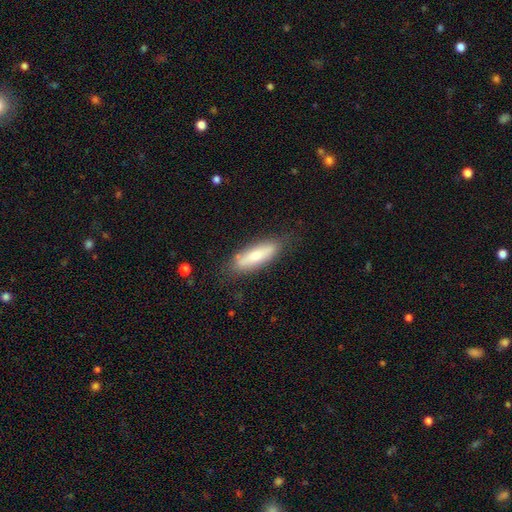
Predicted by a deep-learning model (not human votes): Smooth or featured? Predicted: smooth (p=0.65). How rounded? Predicted: cigar-shaped (p=0.54). Merging? Predicted: none (p=0.77).